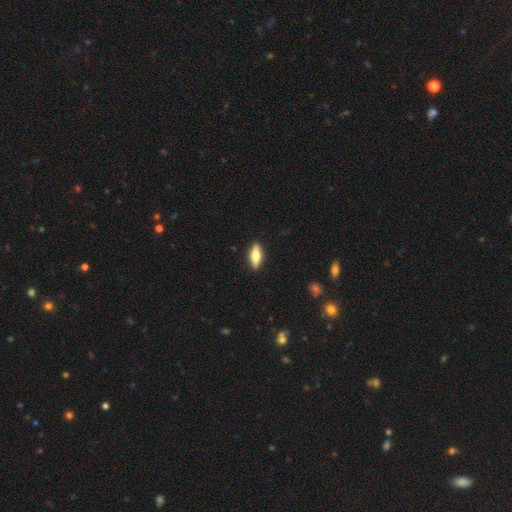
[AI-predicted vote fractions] Smooth or featured? smooth (53%)
How rounded? in between (56%)
Merging? none (90%)